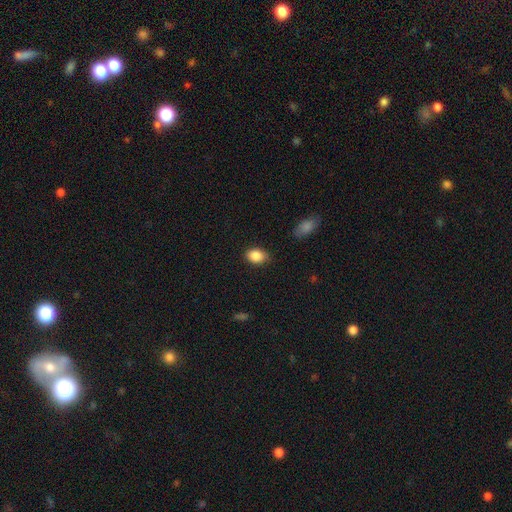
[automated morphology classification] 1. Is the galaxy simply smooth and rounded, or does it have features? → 87% smooth, 8% star or artifact, 5% featured or disk.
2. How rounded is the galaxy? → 75% in between, 24% round, 1% cigar-shaped.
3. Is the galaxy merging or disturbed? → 81% none, 15% minor disturbance, 3% major disturbance, 1% merger.